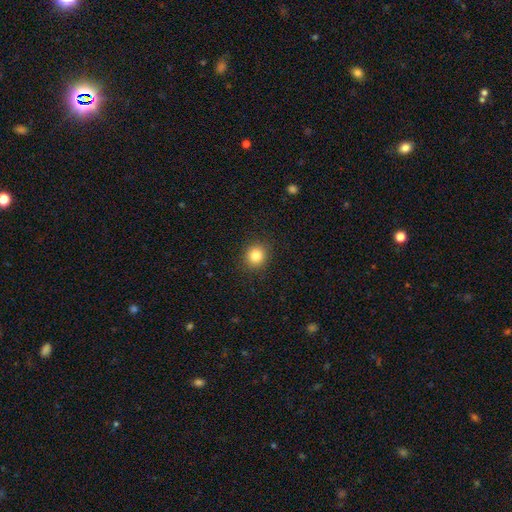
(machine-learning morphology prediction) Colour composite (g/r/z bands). It shows a smooth galaxy with no disk features (83%) that is round (87%). Merging: none (91%).